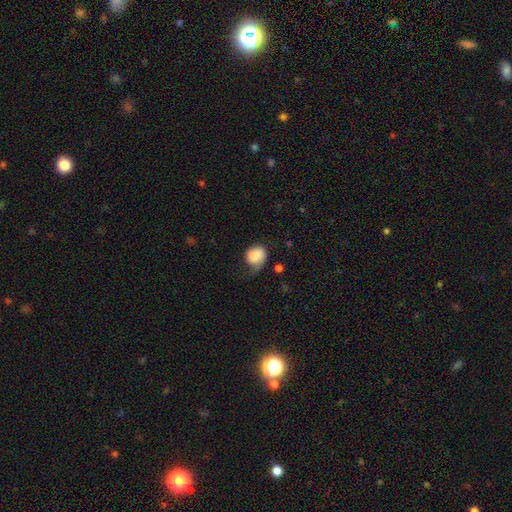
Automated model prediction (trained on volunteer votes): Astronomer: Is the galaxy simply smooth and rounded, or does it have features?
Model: smooth — 76%.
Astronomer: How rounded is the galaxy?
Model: round — 55% (runner-up: in between, 44%).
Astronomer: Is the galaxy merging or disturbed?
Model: minor disturbance — 36% (runner-up: none, 34%).